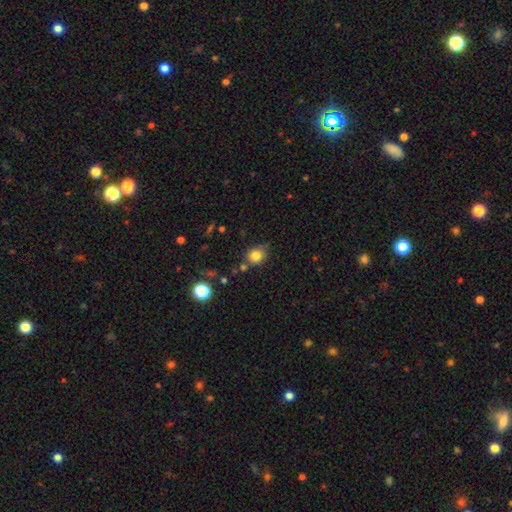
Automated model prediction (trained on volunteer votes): smooth-or-featured: smooth: 81% | star or artifact: 12% | featured or disk: 7%
  how-rounded: round: 73% | in between: 26% | cigar-shaped: 1%
  merging: none: 65% | minor disturbance: 23% | merger: 7% | major disturbance: 5%